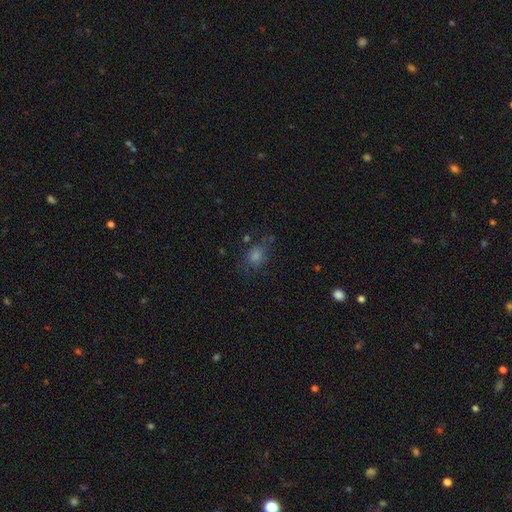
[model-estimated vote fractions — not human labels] Overall: smooth (58%; star or artifact 27%). How rounded: round (60%; in between 38%). Merging: none (69%).